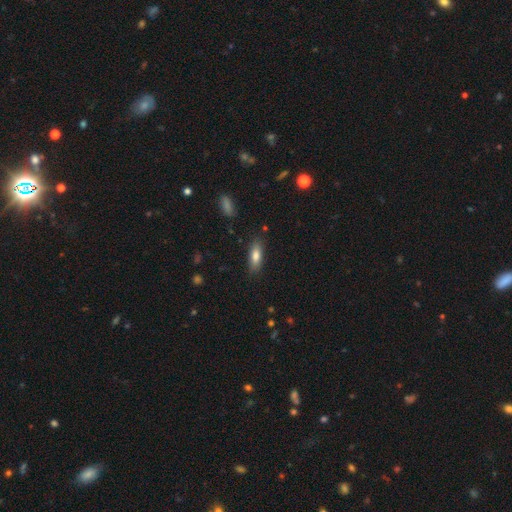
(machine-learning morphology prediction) Q: Smooth or featured?
A: smooth (80%); runner-up: featured or disk (13%)
Q: How rounded?
A: in between (66%); runner-up: cigar-shaped (31%)
Q: Merging?
A: none (84%); runner-up: minor disturbance (12%)